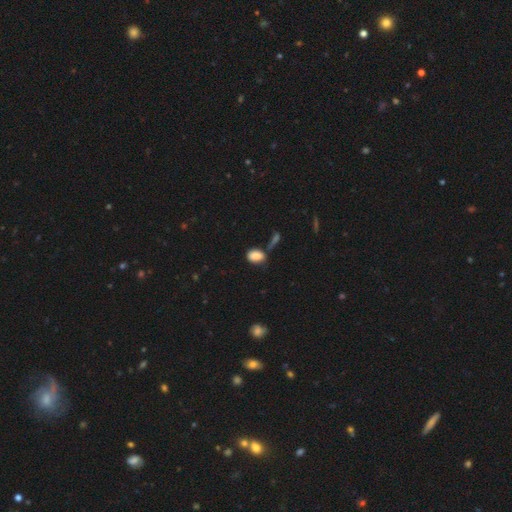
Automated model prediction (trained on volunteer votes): Smooth or featured? smooth (85%)
How rounded? in between (83%)
Merging? none (56%)